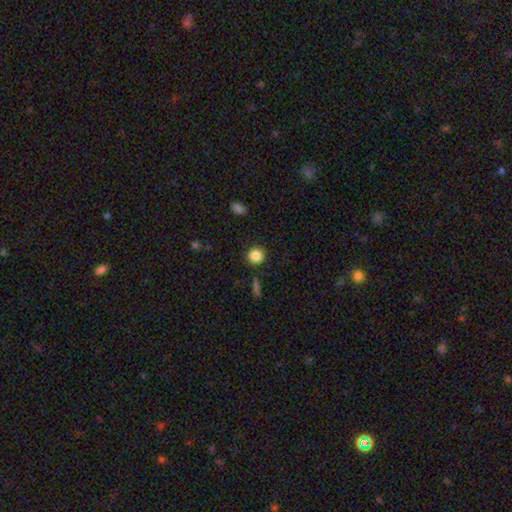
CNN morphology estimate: Smooth or featured?
  - smooth: 86% *
  - star or artifact: 10%
  - featured or disk: 4%
How rounded?
  - round: 92% *
  - in between: 7%
  - cigar-shaped: 1%
Merging?
  - none: 90% *
  - minor disturbance: 6%
  - major disturbance: 2%
  - merger: 2%